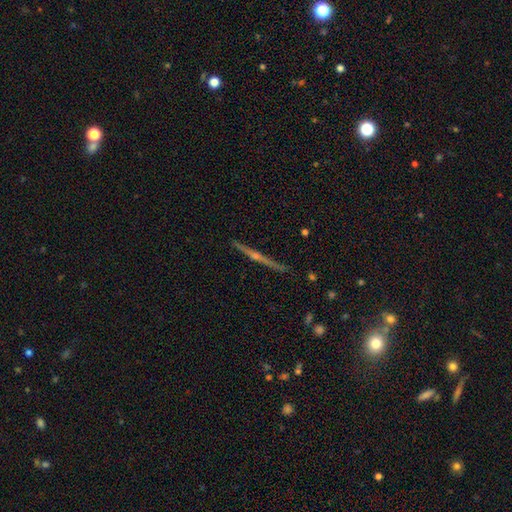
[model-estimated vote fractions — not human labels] Q: Smooth or featured?
A: featured or disk (81%); runner-up: smooth (12%)
Q: Edge-on disk?
A: yes (98%); runner-up: no (2%)
Q: Edge-on bulge?
A: rounded (81%); runner-up: none (13%)
Q: Merging?
A: none (91%); runner-up: minor disturbance (6%)